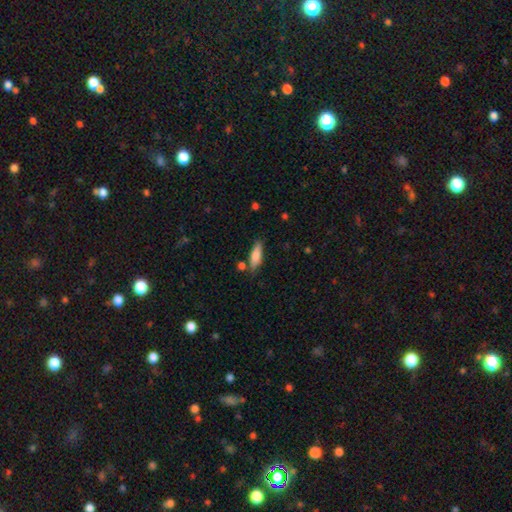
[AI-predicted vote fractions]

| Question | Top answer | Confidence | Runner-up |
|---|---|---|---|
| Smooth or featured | smooth | 79% | featured or disk (15%) |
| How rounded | cigar-shaped | 49% | tied: in between (49%) |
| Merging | none | 75% | minor disturbance (15%) |